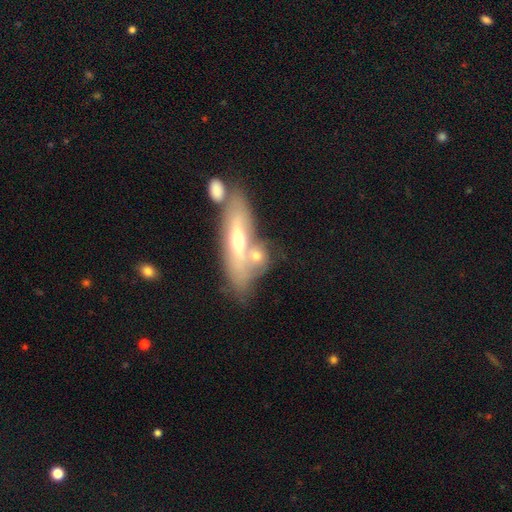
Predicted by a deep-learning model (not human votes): This appears to be a featured or disk galaxy (51%) viewed edge-on (51%). Merging: merger (39%).